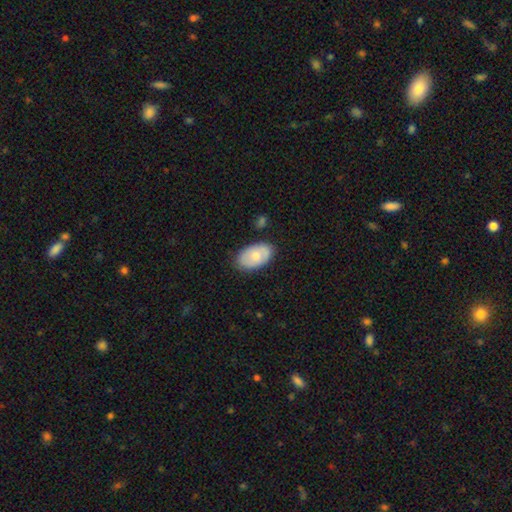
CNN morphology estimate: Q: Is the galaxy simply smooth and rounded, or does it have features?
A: smooth — 69%.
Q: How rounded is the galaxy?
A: in between — 92%.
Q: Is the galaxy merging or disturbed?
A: none — 81%.